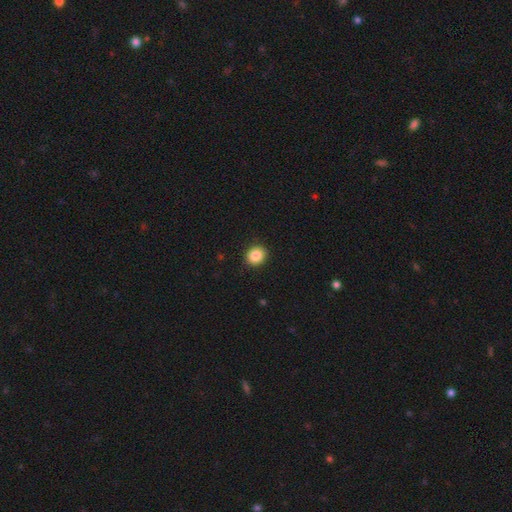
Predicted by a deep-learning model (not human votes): Morphology: type=smooth (87%); roundness=round (75%); merging=none (91%).